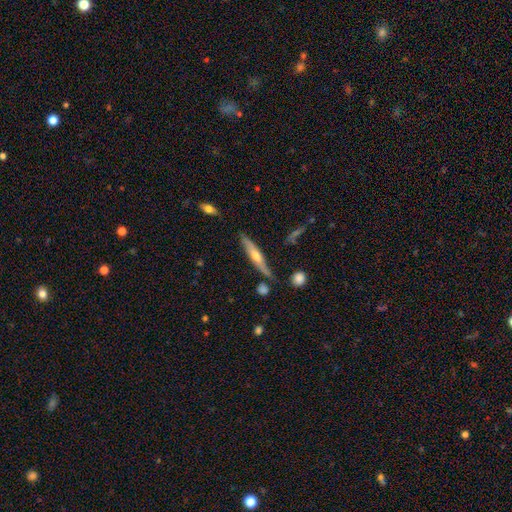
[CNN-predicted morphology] featured or disk 55%, smooth 39%, star or artifact 6%. Down the decision tree: edge-on disk — yes (90%); merging — none (74%).